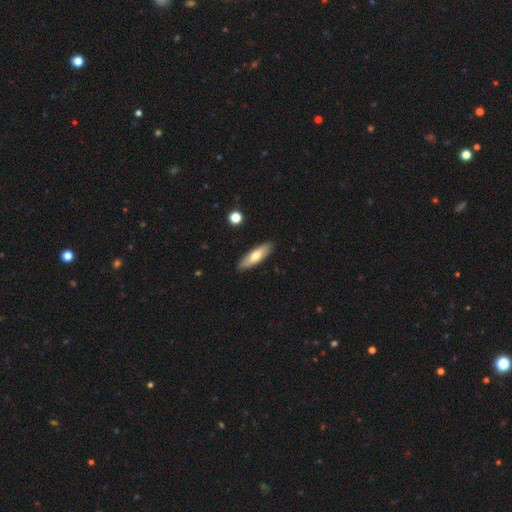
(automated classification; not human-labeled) A smooth galaxy with no disk features (68%) that is cigar-shaped (57%).

Vote fractions:
- Smooth or featured? smooth: 68% / featured or disk: 27% / star or artifact: 6%
- How rounded? cigar-shaped: 57% / in between: 41% / round: 2%
- Merging? none: 89% / minor disturbance: 8% / major disturbance: 2% / merger: 1%